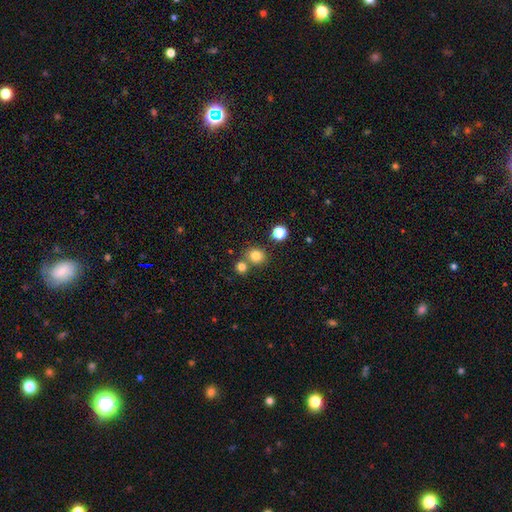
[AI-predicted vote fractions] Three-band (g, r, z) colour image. It shows a smooth galaxy with no disk features (79%) that is round (80%). Merging: none (68%).